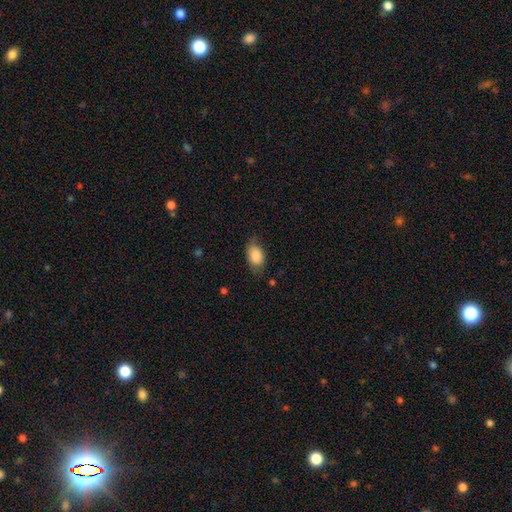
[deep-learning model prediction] Overall: smooth (86%). How rounded: in between (88%). Merging: none (67%).